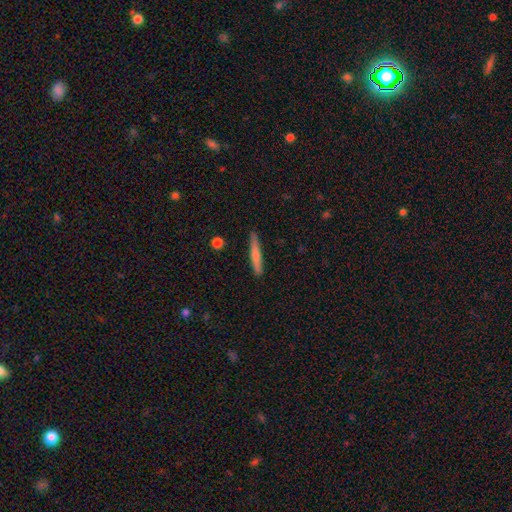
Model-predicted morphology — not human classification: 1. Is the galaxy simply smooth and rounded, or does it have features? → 64% smooth, 30% featured or disk, 6% star or artifact.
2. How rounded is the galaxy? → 94% cigar-shaped, 4% in between, 1% round.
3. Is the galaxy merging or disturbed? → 86% none, 10% minor disturbance, 2% major disturbance, 2% merger.